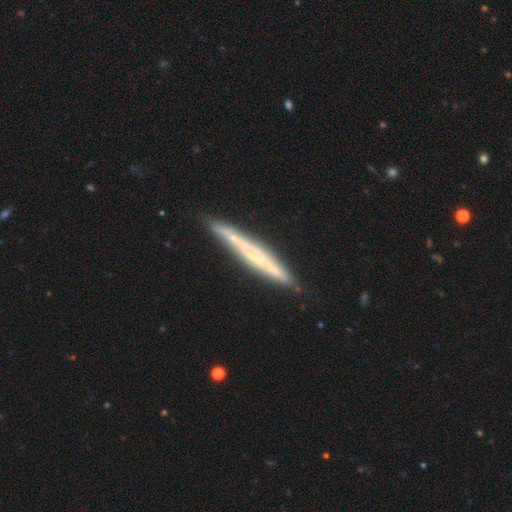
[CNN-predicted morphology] Overall: featured or disk (67%; smooth 27%). Edge-on disk: yes (95%). Edge-on bulge: none (63%; rounded 27%). Merging: none (82%).